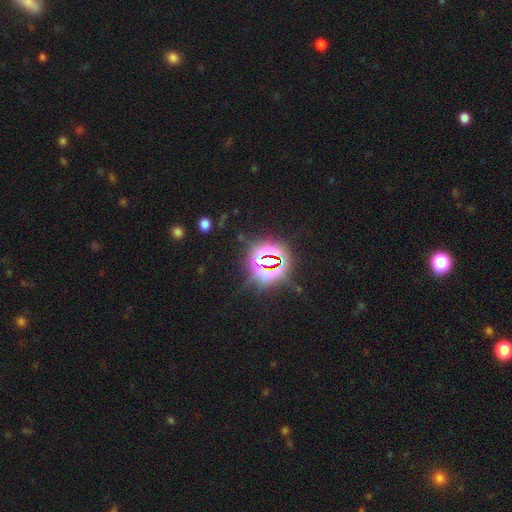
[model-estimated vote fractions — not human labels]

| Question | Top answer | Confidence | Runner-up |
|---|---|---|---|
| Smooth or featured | star or artifact | 84% | smooth (10%) |